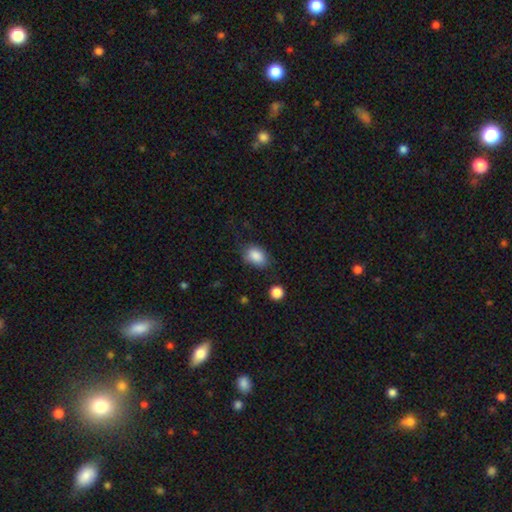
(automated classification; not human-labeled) Smooth or featured: smooth — 87% (star or artifact — 8%)
How rounded: in between — 80% (round — 19%)
Merging: none — 69% (minor disturbance — 22%)